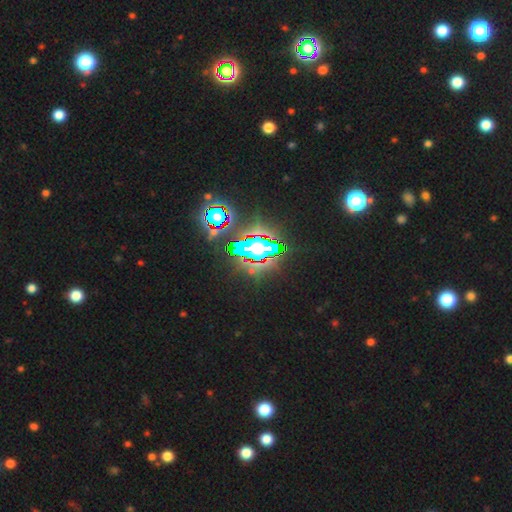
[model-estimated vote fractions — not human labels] Overall: star or artifact (80%).